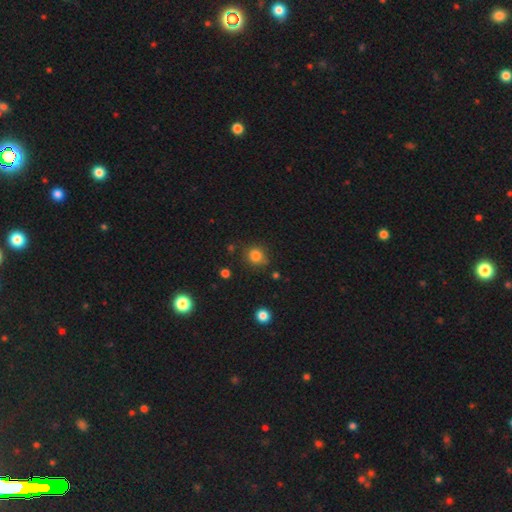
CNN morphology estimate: smooth-or-featured: smooth: 83% | star or artifact: 13% | featured or disk: 5%
  how-rounded: round: 85% | in between: 14% | cigar-shaped: 1%
  merging: none: 79% | minor disturbance: 14% | major disturbance: 4% | merger: 3%